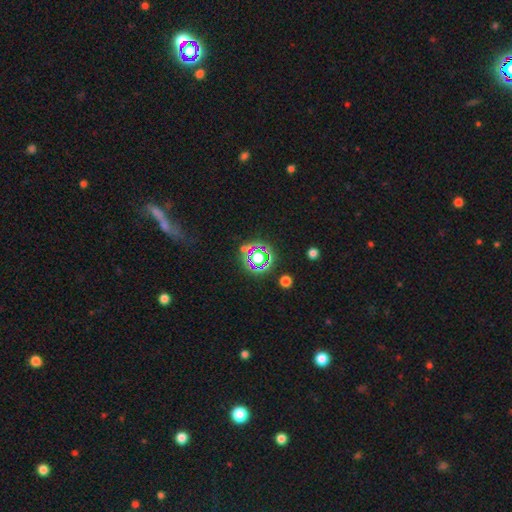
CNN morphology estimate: Smooth or featured? Predicted: star or artifact (p=0.56).